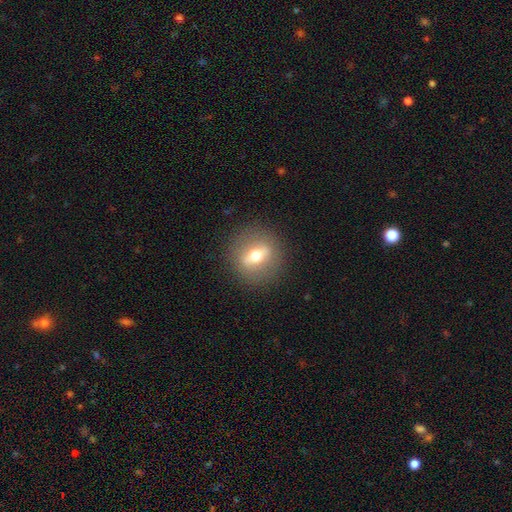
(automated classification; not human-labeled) featured or disk 48%, smooth 43%, star or artifact 10%. Down the decision tree: merging — none (87%).